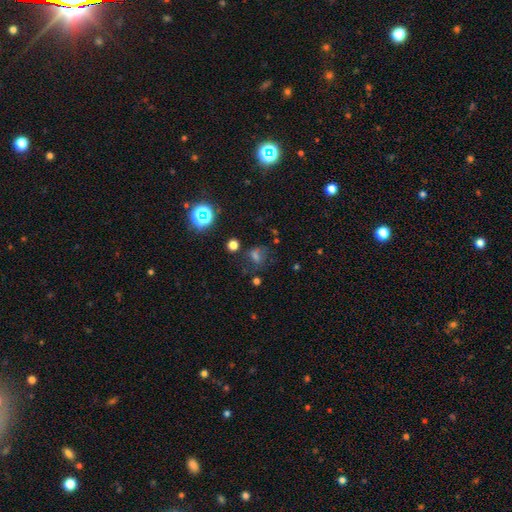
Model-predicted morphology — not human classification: Q: Smooth or featured?
A: smooth (47%); runner-up: star or artifact (37%)
Q: Merging?
A: none (61%); runner-up: minor disturbance (20%)